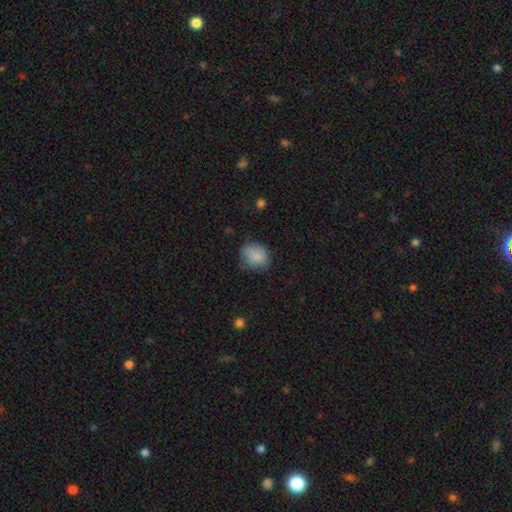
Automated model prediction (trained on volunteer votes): This is clearly a smooth galaxy (84%). How rounded: likely round (71%). Merging: likely none (68%).